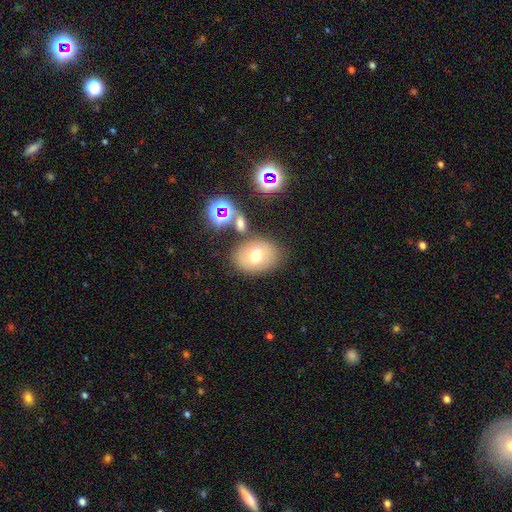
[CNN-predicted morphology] smooth_or_featured: smooth (p=0.65) [alt: featured or disk p=0.22]
how_rounded: in between (p=0.64) [alt: round p=0.35]
merging: none (p=0.74) [alt: minor disturbance p=0.13]